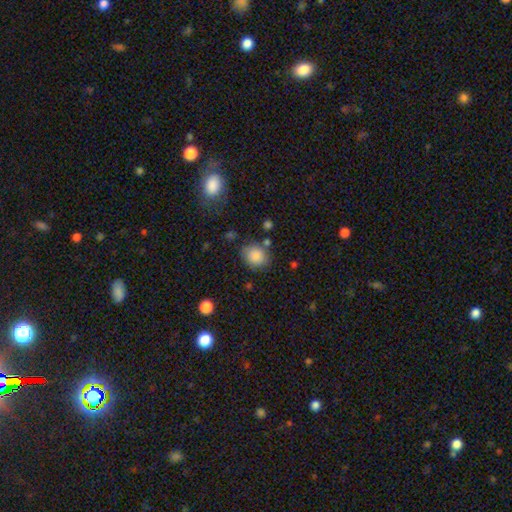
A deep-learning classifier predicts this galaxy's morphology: Smooth or featured: smooth — 86% (star or artifact — 8%)
How rounded: round — 59% (in between — 40%)
Merging: none — 74% (minor disturbance — 16%)